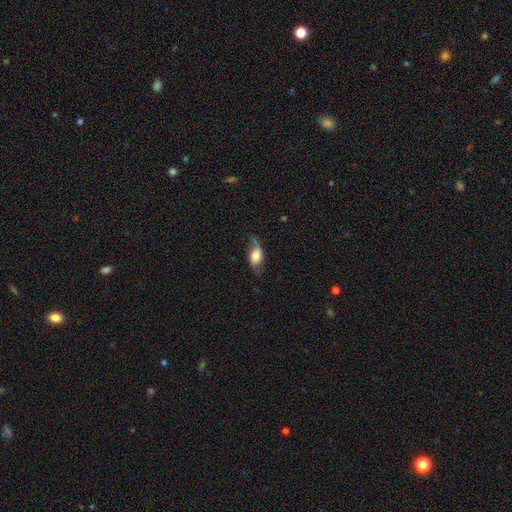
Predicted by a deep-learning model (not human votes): Smooth or featured: smooth — 48% (featured or disk — 43%)
Merging: none — 50% (minor disturbance — 28%)